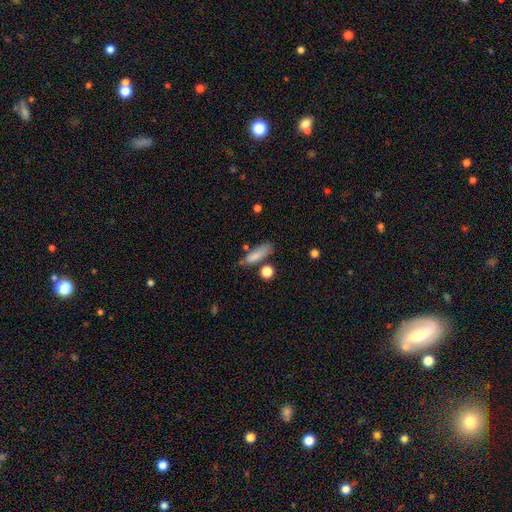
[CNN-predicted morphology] The model was most divided on "how rounded": cigar-shaped: 50%, in between: 46%, round: 4%. More confident: smooth or featured — smooth (81%); merging — none (60%).